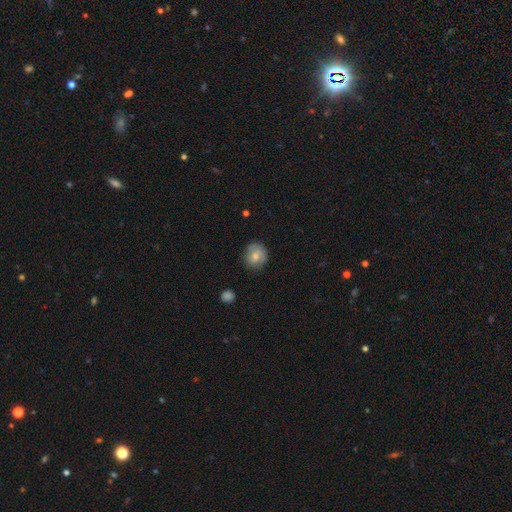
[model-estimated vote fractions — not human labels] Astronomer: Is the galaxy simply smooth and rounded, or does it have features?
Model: smooth — 67%.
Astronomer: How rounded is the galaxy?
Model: round — 82%.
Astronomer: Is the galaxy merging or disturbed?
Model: none — 75%.